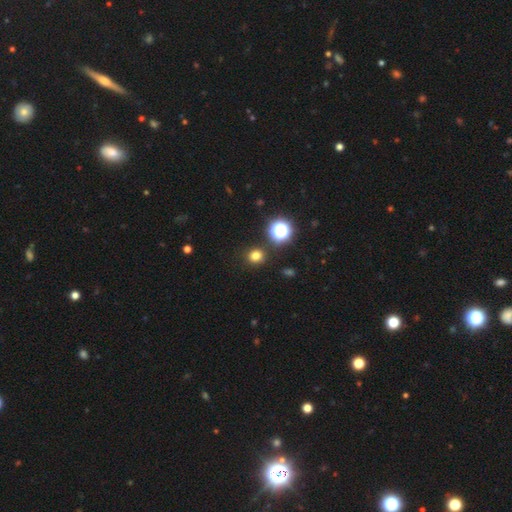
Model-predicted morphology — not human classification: A smooth galaxy with no disk features (75%) that is round (85%). Merging: none (88%).